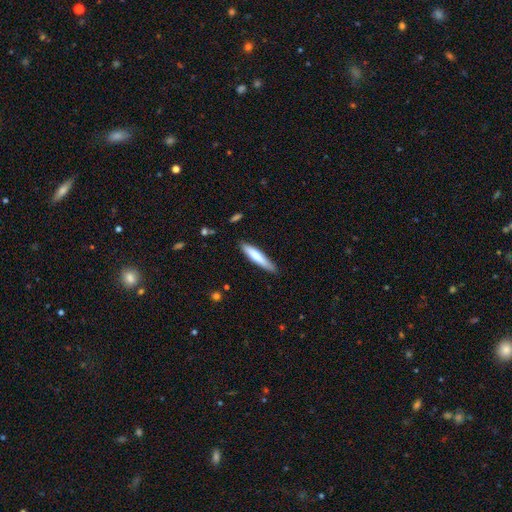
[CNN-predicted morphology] smooth_or_featured: smooth (p=0.66) [alt: featured or disk p=0.29]
how_rounded: cigar-shaped (p=0.84) [alt: in between p=0.15]
merging: none (p=0.85) [alt: minor disturbance p=0.11]